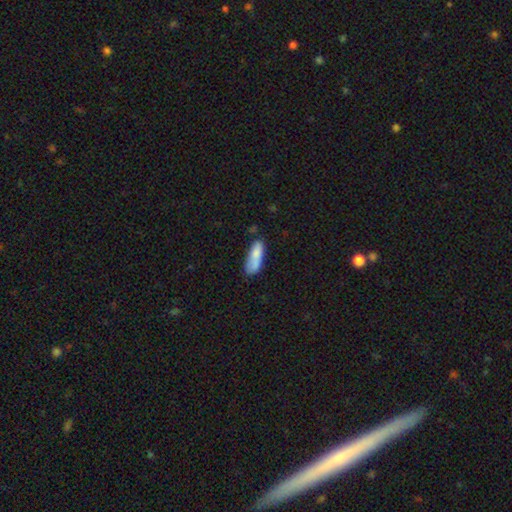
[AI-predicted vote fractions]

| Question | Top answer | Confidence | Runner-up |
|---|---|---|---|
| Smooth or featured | smooth | 79% | featured or disk (14%) |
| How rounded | in between | 58% | cigar-shaped (40%) |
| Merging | none | 52% | minor disturbance (28%) |